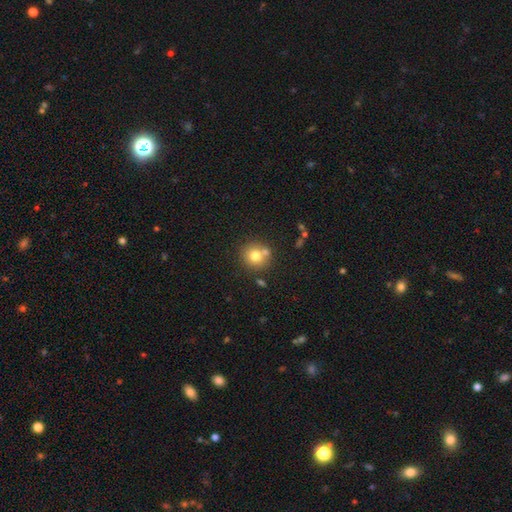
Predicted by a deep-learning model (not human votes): Smooth or featured?
  - smooth: 75% *
  - featured or disk: 13%
  - star or artifact: 12%
How rounded?
  - round: 90% *
  - in between: 9%
  - cigar-shaped: 1%
Merging?
  - none: 65% *
  - merger: 22%
  - minor disturbance: 10%
  - major disturbance: 3%